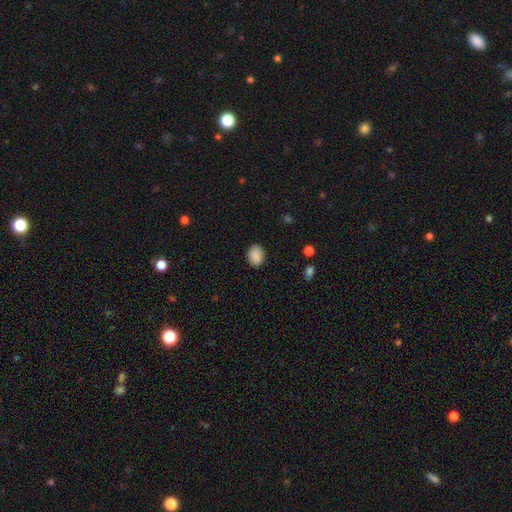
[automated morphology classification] This is clearly a smooth galaxy (88%). How rounded: possibly in between (55%). Merging: clearly none (85%).